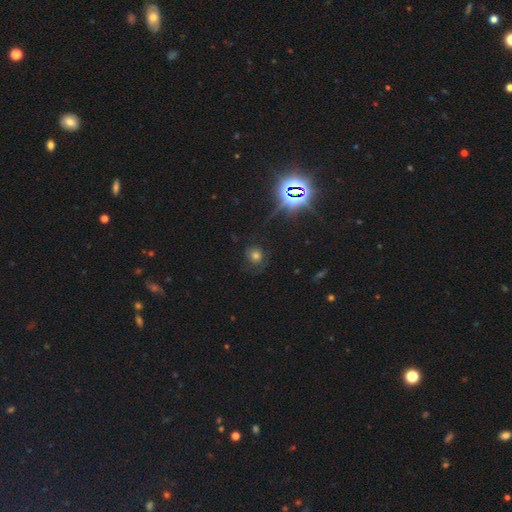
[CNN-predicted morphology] Smooth or featured? Predicted: smooth (p=0.56). How rounded? Predicted: round (p=0.81). Merging? Predicted: none (p=0.71).